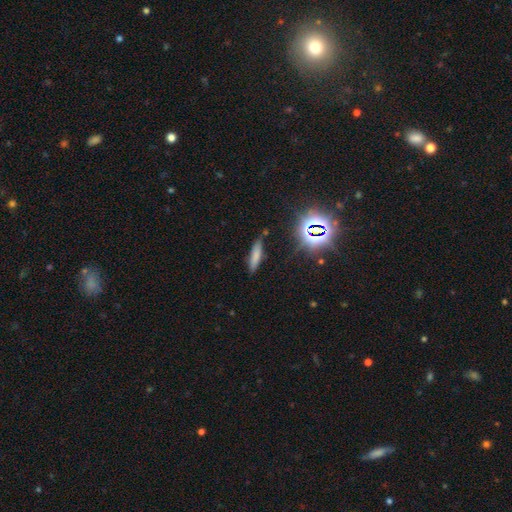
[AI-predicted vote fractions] smooth-or-featured: smooth: 70% | star or artifact: 17% | featured or disk: 13%
  how-rounded: cigar-shaped: 77% | in between: 21% | round: 3%
  merging: none: 82% | minor disturbance: 12% | major disturbance: 3% | merger: 3%